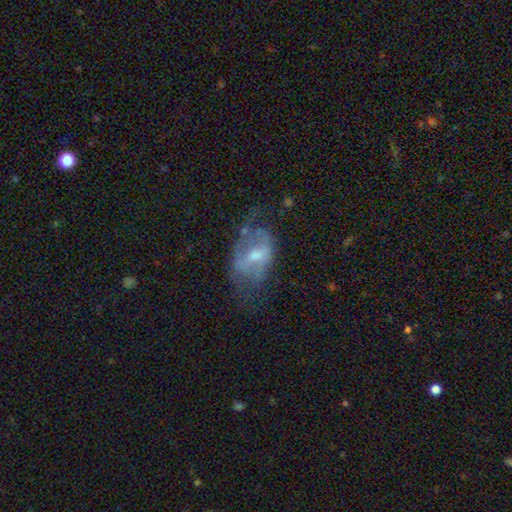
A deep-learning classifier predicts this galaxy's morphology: featured or disk 62%, smooth 30%, star or artifact 8%. Down the decision tree: edge-on disk — no (94%); bar — weak (48%); spiral arms — yes (50%, tied with no); bulge size — moderate (51%); merging — none (41%).